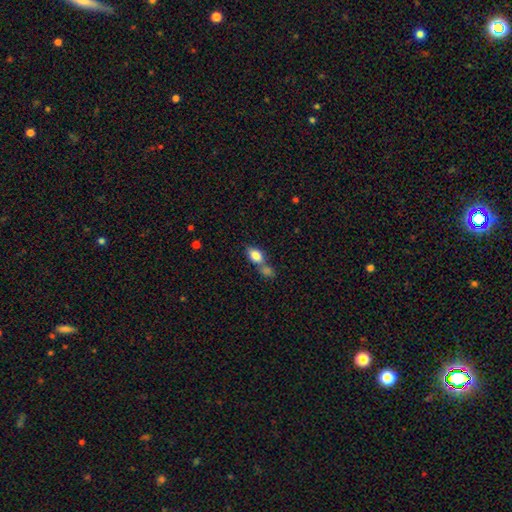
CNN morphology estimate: A smooth galaxy with no disk features (79%) that is in between round and cigar-shaped (82%).

Vote fractions:
- Smooth or featured? smooth: 79% / featured or disk: 12% / star or artifact: 9%
- How rounded? in between: 82% / round: 11% / cigar-shaped: 7%
- Merging? merger: 51% / none: 33% / minor disturbance: 11% / major disturbance: 5%